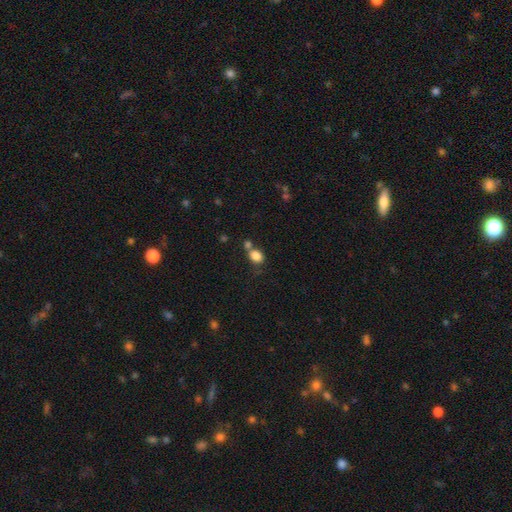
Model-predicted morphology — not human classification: The model was most divided on "how rounded": in between: 52%, round: 46%, cigar-shaped: 1%. Remaining: smooth or featured — smooth (83%); merging — none (48%).